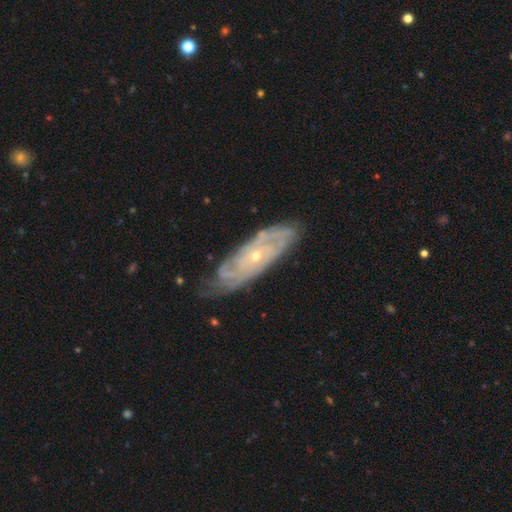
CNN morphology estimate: Smooth or featured? featured or disk (85%)
Edge-on disk? no (87%)
Bar? no (76%)
Spiral arms? yes (94%)
Spiral winding? tight (72%)
Spiral arm count? can't tell (42%)
Bulge size? small (73%)
Merging? none (73%)